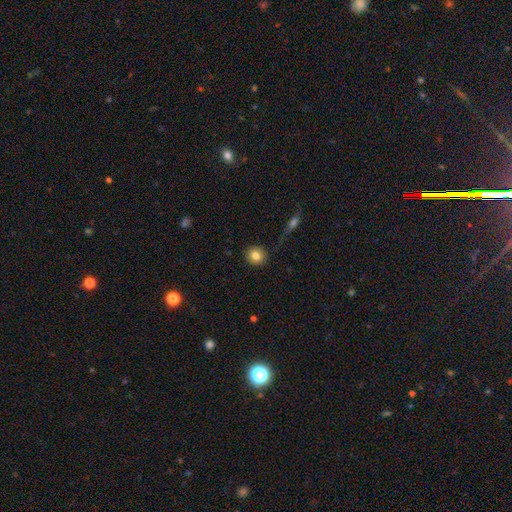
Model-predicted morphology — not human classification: The model was most divided on "smooth or featured": smooth: 83%, star or artifact: 10%, featured or disk: 8%. More confident: how rounded — round (91%); merging — none (90%).